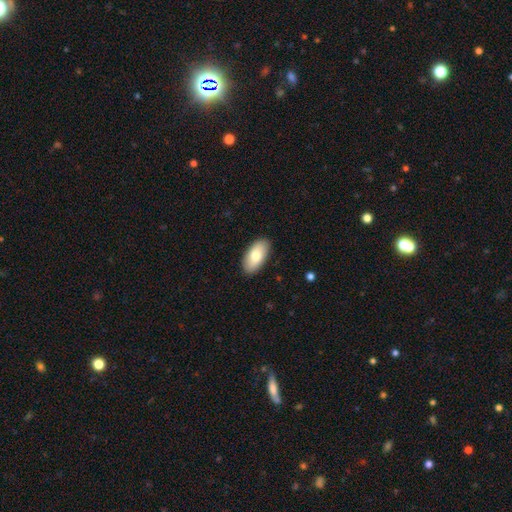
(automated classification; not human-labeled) A smooth galaxy with no disk features (77%) that is in between round and cigar-shaped (94%). Merging: none (89%).